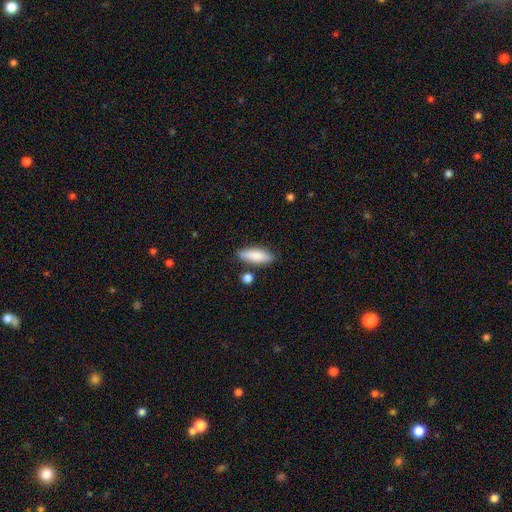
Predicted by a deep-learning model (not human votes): The model was most divided on "how rounded": in between: 63%, cigar-shaped: 35%, round: 3%. More confident: smooth or featured — smooth (83%); merging — none (77%).